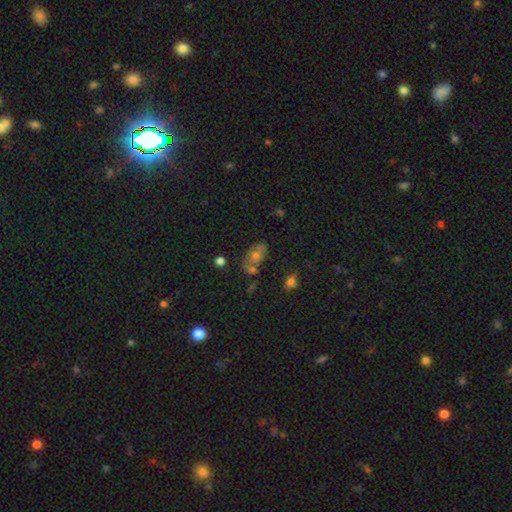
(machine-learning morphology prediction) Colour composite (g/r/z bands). It shows a smooth galaxy with no disk features (63%) that is in between round and cigar-shaped (83%). Merging: none (50%).